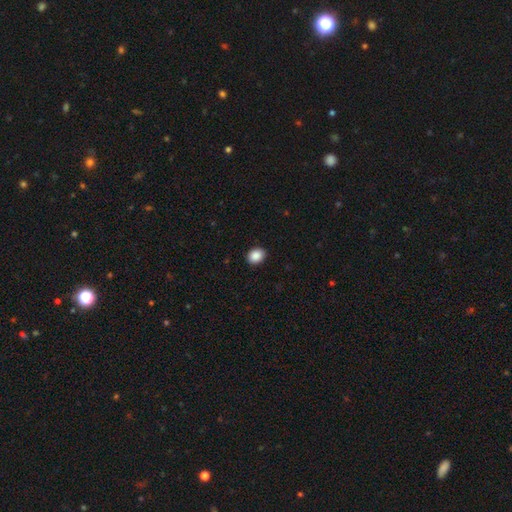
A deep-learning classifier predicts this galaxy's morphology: Smooth or featured: smooth — 89% (star or artifact — 8%)
How rounded: in between — 54% (round — 45%)
Merging: none — 91% (minor disturbance — 6%)